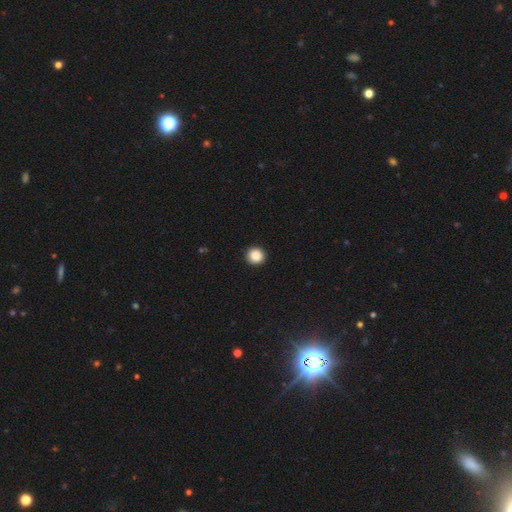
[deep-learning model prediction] Q: Smooth or featured?
A: smooth (88%); runner-up: star or artifact (10%)
Q: How rounded?
A: round (93%); runner-up: in between (6%)
Q: Merging?
A: none (93%); runner-up: minor disturbance (5%)